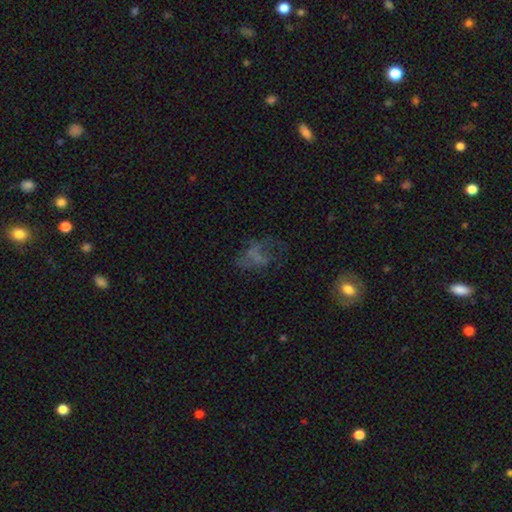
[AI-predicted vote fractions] smooth_or_featured: smooth (p=0.42) [alt: featured or disk p=0.36]
merging: major disturbance (p=0.39) [alt: none p=0.37]